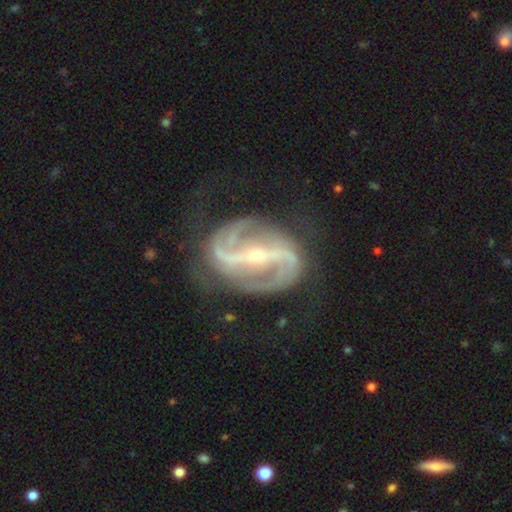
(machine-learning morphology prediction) type=featured or disk (92%); edge-on=no (96%); bar=strong (75%); spiral arms=yes (96%); winding=medium (45%); arm count=2 (87%); bulge=small (76%); merging=none (71%).